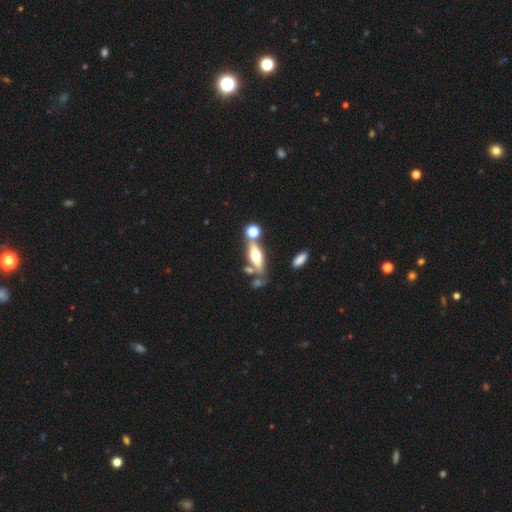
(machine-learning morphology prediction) A featured or disk galaxy (56%) viewed edge-on (83%). Merging: none (62%).